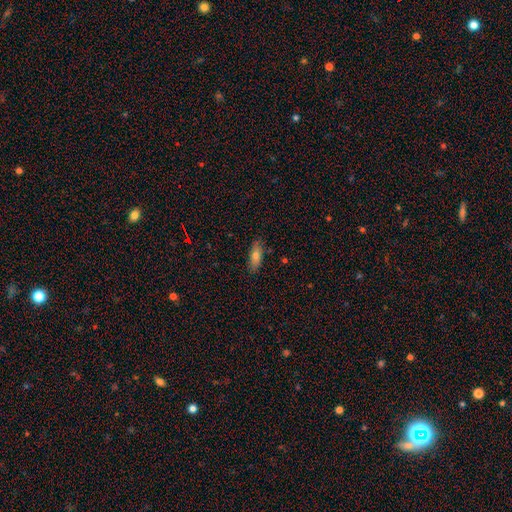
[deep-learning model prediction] A smooth galaxy with no disk features (73%) that is in between round and cigar-shaped (72%).

Vote fractions:
- Smooth or featured? smooth: 73% / featured or disk: 20% / star or artifact: 7%
- How rounded? in between: 72% / cigar-shaped: 25% / round: 3%
- Merging? none: 84% / minor disturbance: 12% / major disturbance: 2% / merger: 1%